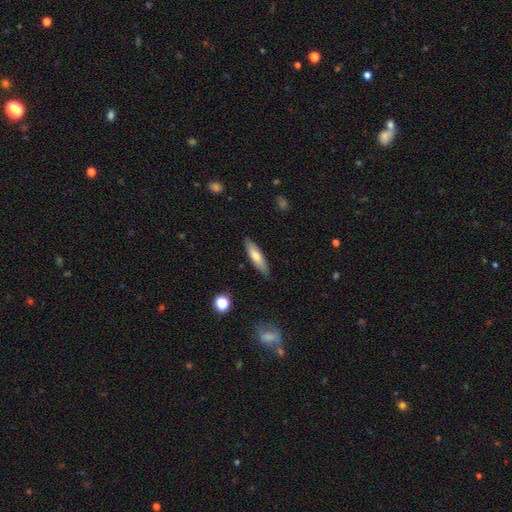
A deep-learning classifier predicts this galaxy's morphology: type=smooth (69%); roundness=cigar-shaped (65%); merging=none (87%).